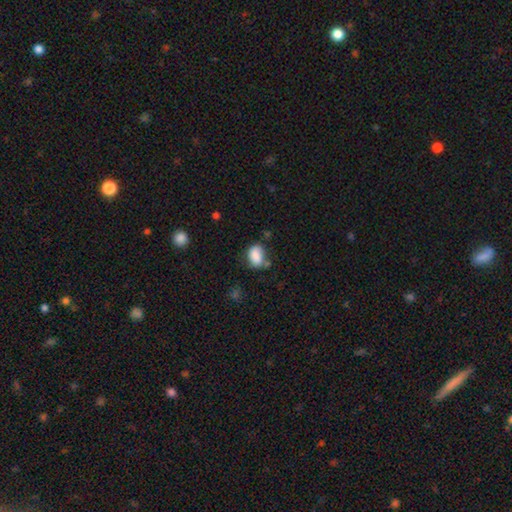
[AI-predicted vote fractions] Overall: smooth (84%). How rounded: in between (76%). Merging: none (55%; minor disturbance 27%).